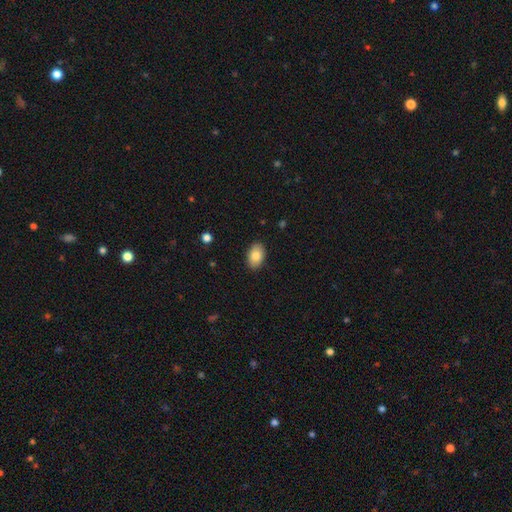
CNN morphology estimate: A smooth galaxy with no disk features (84%) that is in between round and cigar-shaped (90%).

Vote fractions:
- Smooth or featured? smooth: 84% / featured or disk: 9% / star or artifact: 7%
- How rounded? in between: 90% / round: 9% / cigar-shaped: 1%
- Merging? none: 88% / minor disturbance: 9% / major disturbance: 2% / merger: 1%